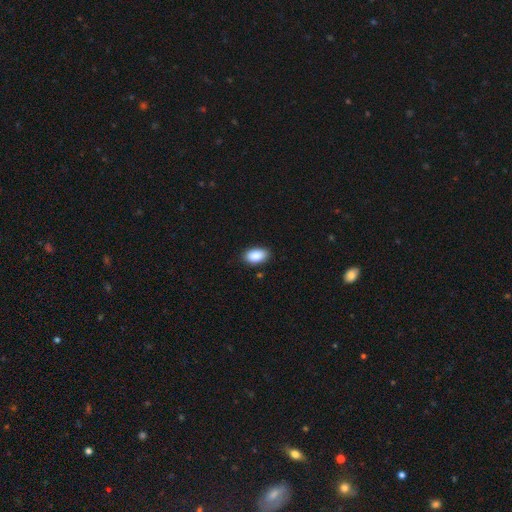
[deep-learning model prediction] A smooth galaxy with no disk features (89%) that is in between round and cigar-shaped (92%). Merging: none (87%).